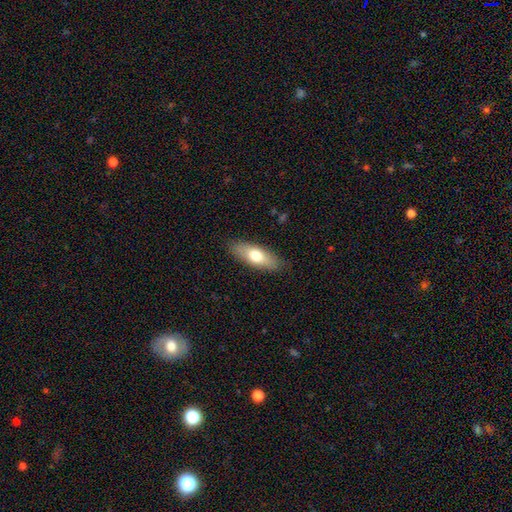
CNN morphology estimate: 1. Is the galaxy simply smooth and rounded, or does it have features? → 70% smooth, 24% featured or disk, 6% star or artifact.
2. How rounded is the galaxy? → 66% in between, 31% cigar-shaped, 3% round.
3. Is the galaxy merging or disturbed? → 86% none, 10% minor disturbance, 2% major disturbance, 1% merger.